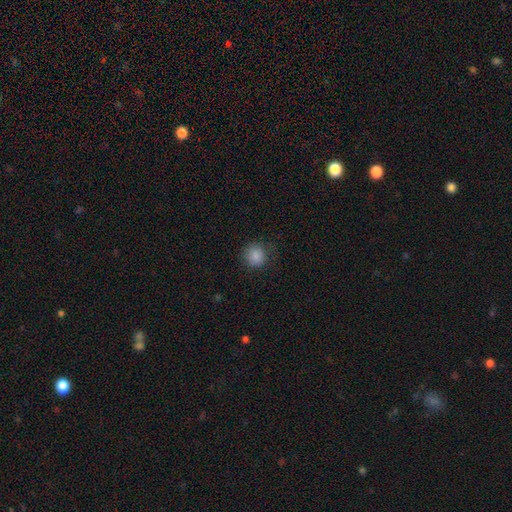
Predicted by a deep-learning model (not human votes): This is clearly a smooth galaxy (87%). How rounded: clearly round (91%). Merging: clearly none (83%).